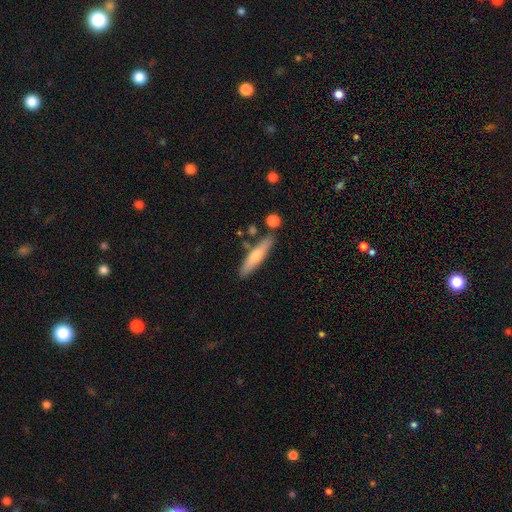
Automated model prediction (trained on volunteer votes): smooth_or_featured: smooth (p=0.56) [alt: featured or disk p=0.37]
how_rounded: cigar-shaped (p=0.84) [alt: in between p=0.14]
merging: none (p=0.81) [alt: minor disturbance p=0.11]